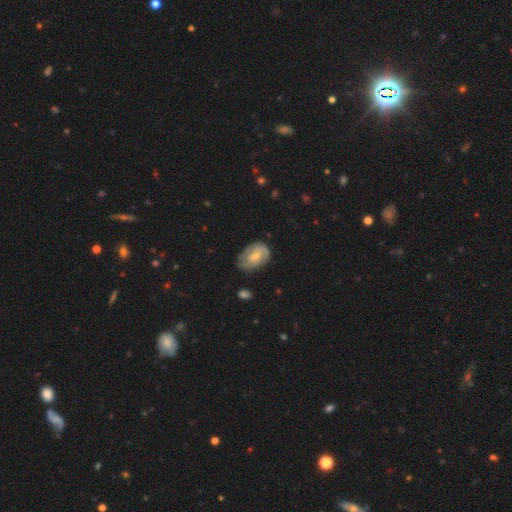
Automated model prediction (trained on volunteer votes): The model was most divided on "bulge size": small: 49%, moderate: 46%, none: 3%, large: 2%, dominant: 1%. More confident: edge-on disk — no (96%); spiral arms — yes (77%); merging — none (62%); smooth or featured — featured or disk (54%); bar — no (53%).